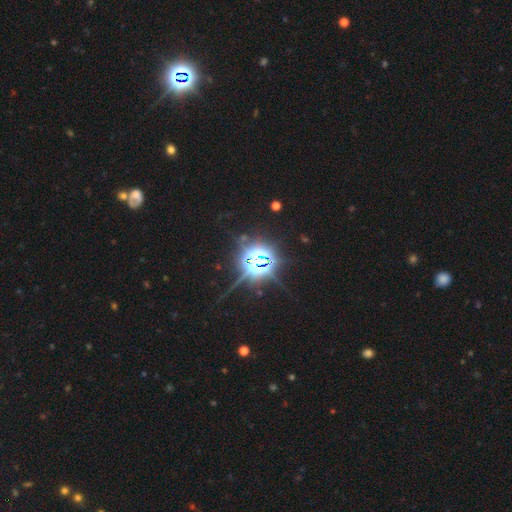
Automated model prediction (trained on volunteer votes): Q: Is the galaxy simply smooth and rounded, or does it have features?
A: star or artifact — 86%.